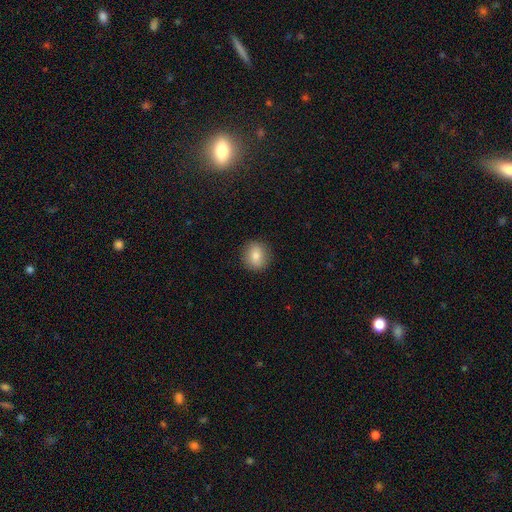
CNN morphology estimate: type=smooth (80%); roundness=round (81%); merging=none (89%).